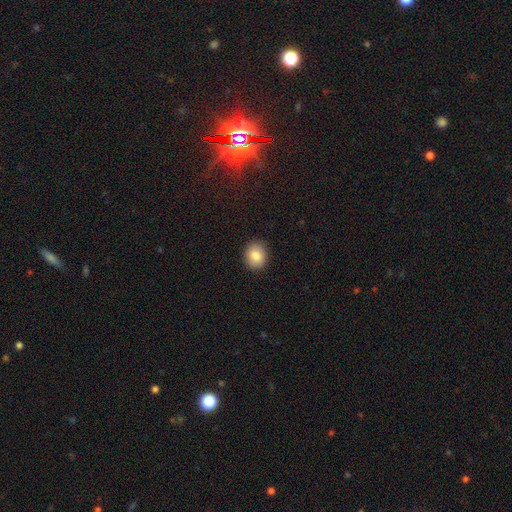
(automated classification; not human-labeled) This appears to be a smooth galaxy with no disk features (84%) that is round (63%). Merging: none (90%).